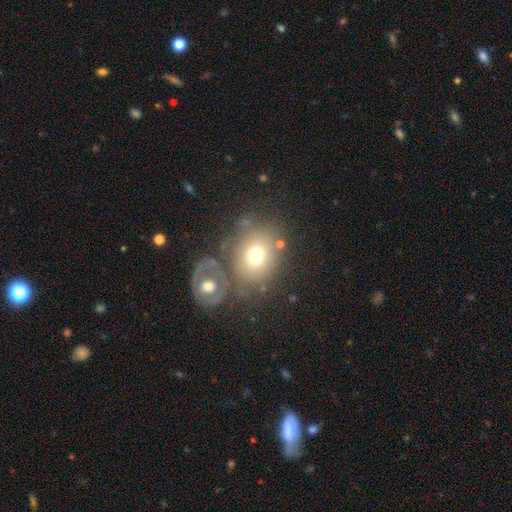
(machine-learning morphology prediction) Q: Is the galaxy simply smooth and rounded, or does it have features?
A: smooth — 67%.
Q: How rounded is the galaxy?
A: round — 61%.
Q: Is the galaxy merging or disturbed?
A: none — 49%.